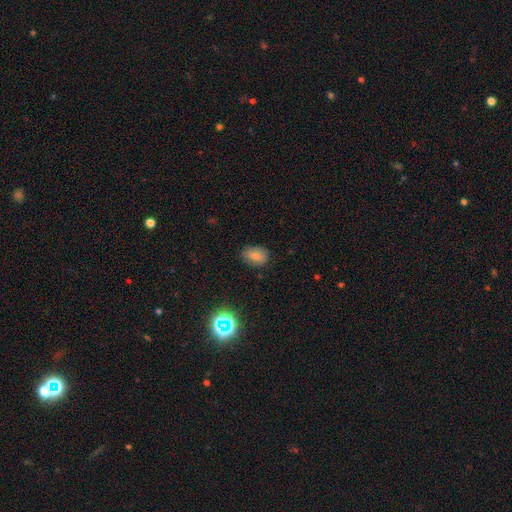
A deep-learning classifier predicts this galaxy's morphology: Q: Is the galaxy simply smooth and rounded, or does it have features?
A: smooth — 79%.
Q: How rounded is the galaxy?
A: in between — 75%.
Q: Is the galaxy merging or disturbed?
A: none — 78%.